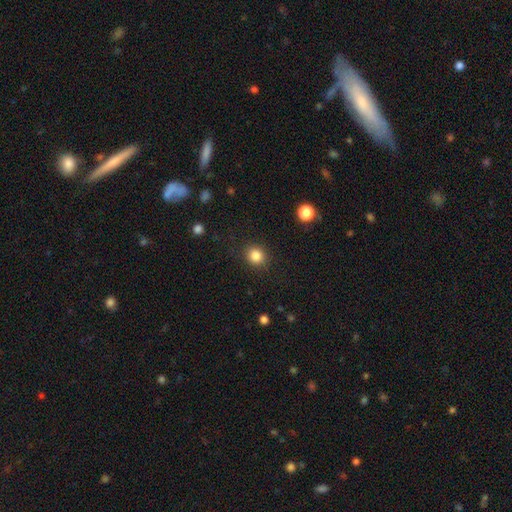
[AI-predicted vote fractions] Smooth or featured? Predicted: smooth (p=0.84). How rounded? Predicted: round (p=0.87). Merging? Predicted: none (p=0.90).